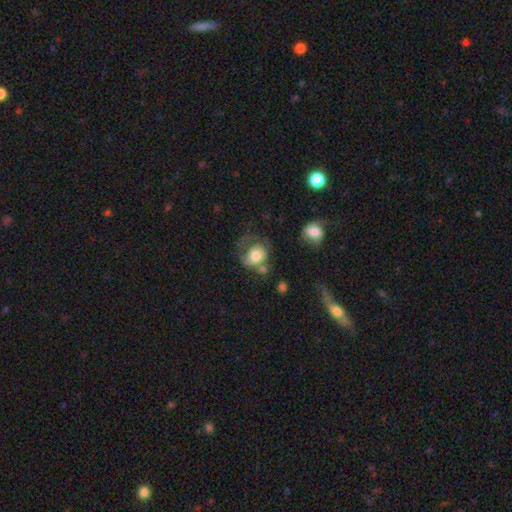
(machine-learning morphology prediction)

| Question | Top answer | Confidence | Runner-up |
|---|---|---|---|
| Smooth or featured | smooth | 64% | featured or disk (28%) |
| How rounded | round | 62% | in between (37%) |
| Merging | major disturbance | 35% | none (29%) |